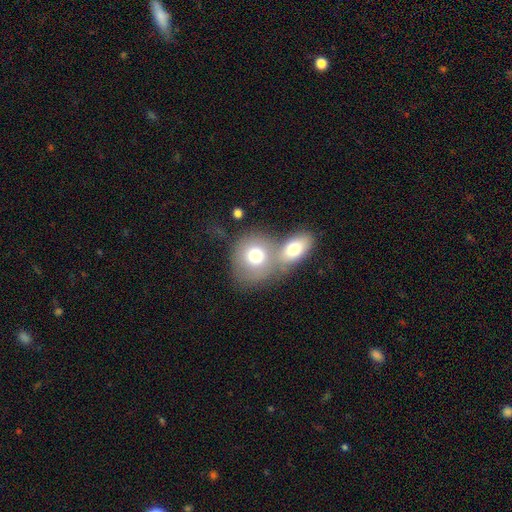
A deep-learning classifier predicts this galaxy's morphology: This appears to be a smooth galaxy with no disk features (71%) that is round (77%). Merging: merger (50%).